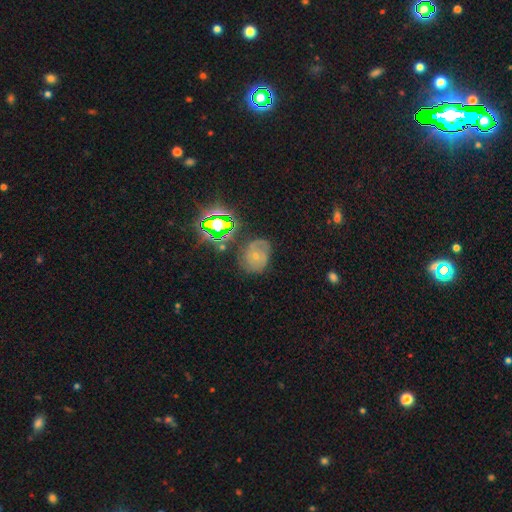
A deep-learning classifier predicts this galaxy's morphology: This appears to be a featured or disk galaxy (58%) with no bar (72%), spiral arms (86%) and a small central bulge (70%). Merging: none (61%).